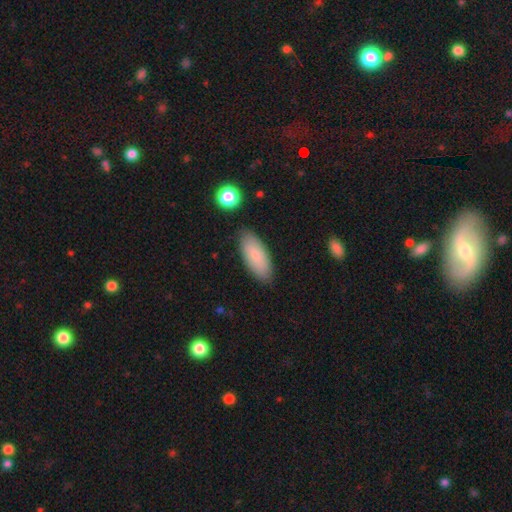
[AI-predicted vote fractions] Q: Smooth or featured?
A: smooth (81%); runner-up: featured or disk (13%)
Q: How rounded?
A: in between (83%); runner-up: cigar-shaped (16%)
Q: Merging?
A: none (85%); runner-up: minor disturbance (11%)